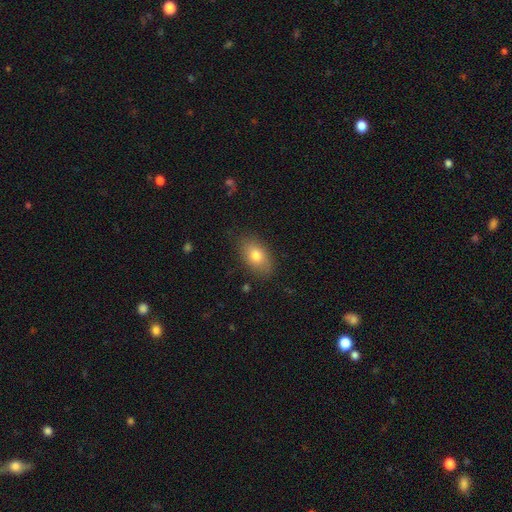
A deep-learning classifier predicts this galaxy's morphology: A smooth galaxy with no disk features (77%) that is in between round and cigar-shaped (88%). Merging: none (81%).